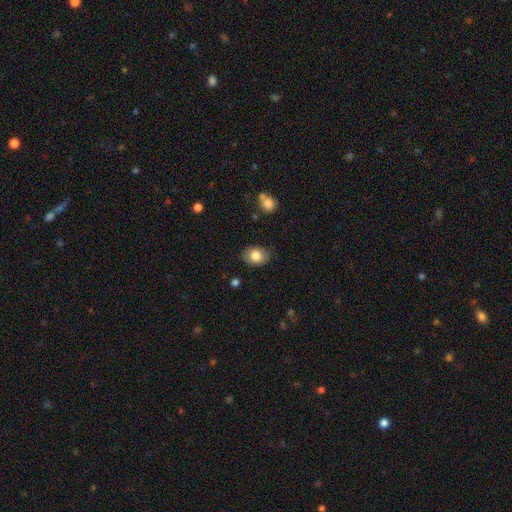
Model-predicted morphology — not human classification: smooth-or-featured: smooth: 83% | featured or disk: 9% | star or artifact: 8%
  how-rounded: in between: 67% | round: 32% | cigar-shaped: 1%
  merging: none: 84% | minor disturbance: 12% | major disturbance: 3% | merger: 1%